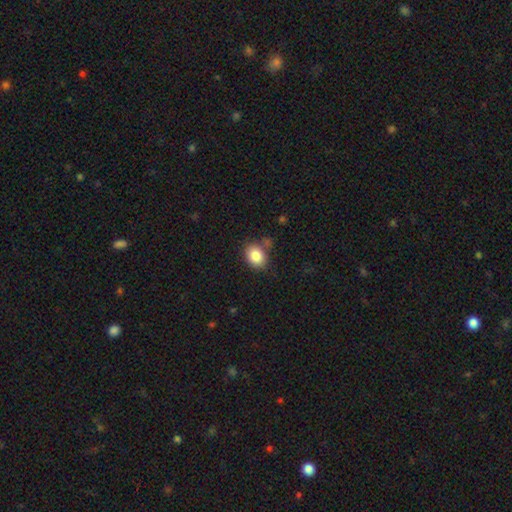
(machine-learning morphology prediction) Overall: smooth (85%). How rounded: in between (57%; round 42%). Merging: none (71%).